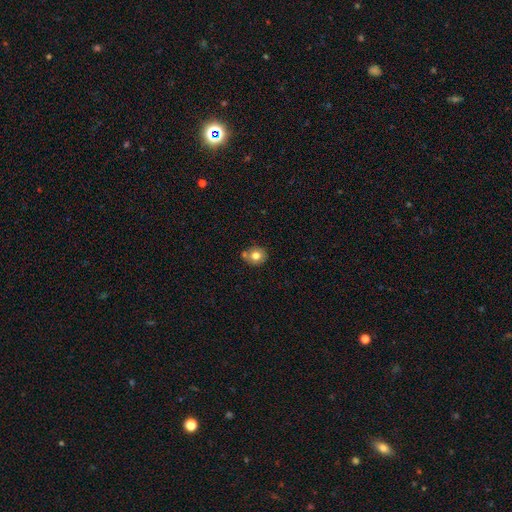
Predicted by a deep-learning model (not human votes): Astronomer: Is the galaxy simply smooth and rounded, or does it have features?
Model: smooth — 78%.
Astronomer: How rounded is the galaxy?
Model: round — 78%.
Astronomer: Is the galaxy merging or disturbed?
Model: none — 62%.